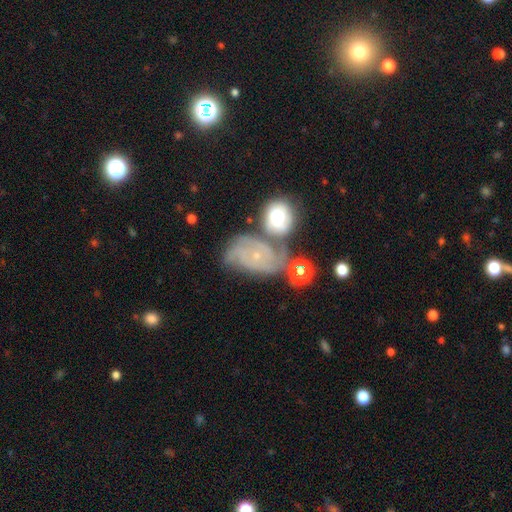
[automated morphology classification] featured or disk 75%, smooth 15%, star or artifact 10%. Down the decision tree: edge-on disk — no (96%); bar — no (74%); spiral arms — yes (93%); spiral arm count — can't tell (33%); spiral winding — tight (61%); bulge size — small (78%); merging — none (47%).